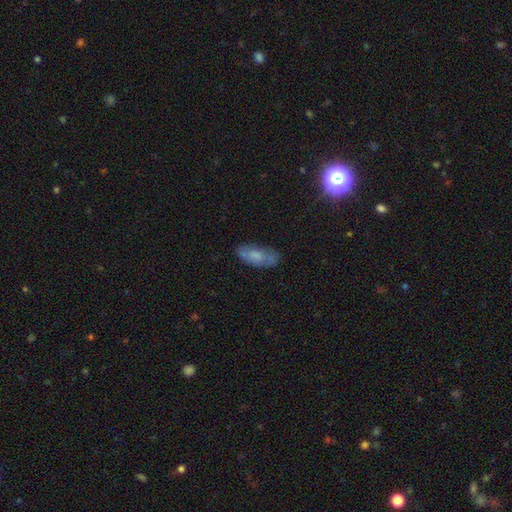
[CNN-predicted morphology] Overall: smooth (58%; featured or disk 32%). How rounded: in between (80%). Merging: none (70%).